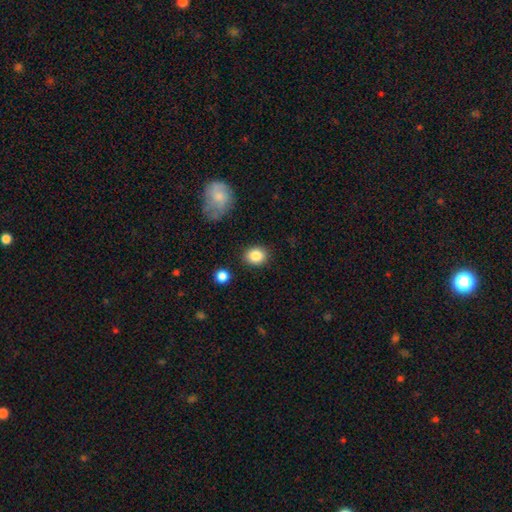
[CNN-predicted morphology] type=smooth (85%); roundness=round (64%); merging=none (86%).